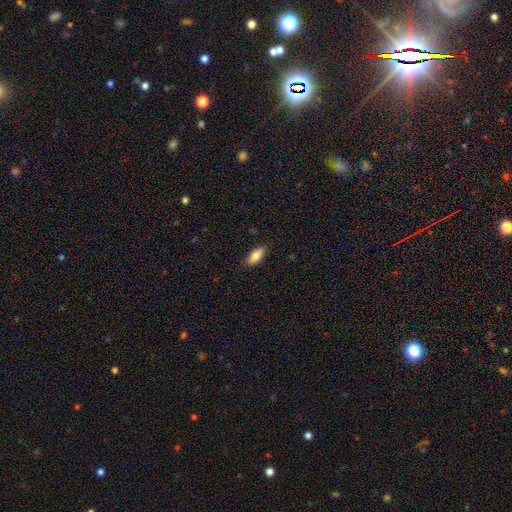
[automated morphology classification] Smooth or featured?
  - smooth: 83% *
  - featured or disk: 11%
  - star or artifact: 7%
How rounded?
  - in between: 81% *
  - cigar-shaped: 16%
  - round: 2%
Merging?
  - none: 86% *
  - minor disturbance: 11%
  - major disturbance: 2%
  - merger: 1%